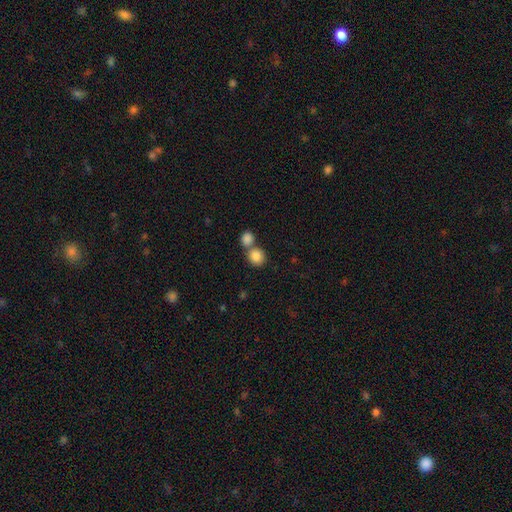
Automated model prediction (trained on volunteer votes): Q: Smooth or featured?
A: smooth (85%); runner-up: star or artifact (9%)
Q: How rounded?
A: round (85%); runner-up: in between (14%)
Q: Merging?
A: merger (46%); runner-up: none (45%)